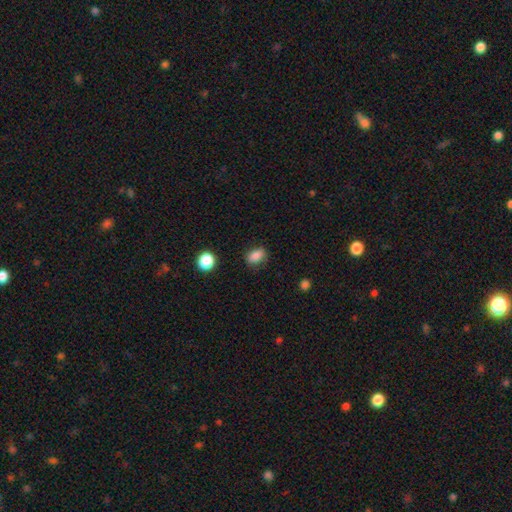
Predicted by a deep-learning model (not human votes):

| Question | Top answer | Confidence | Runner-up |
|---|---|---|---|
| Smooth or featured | smooth | 86% | star or artifact (10%) |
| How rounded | in between | 76% | round (22%) |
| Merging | none | 79% | minor disturbance (16%) |